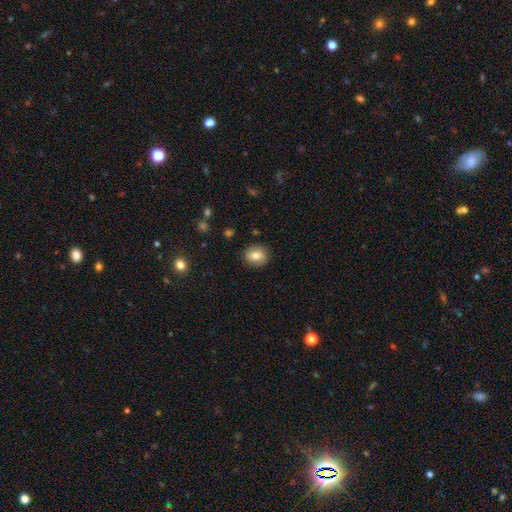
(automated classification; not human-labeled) Smooth or featured? Predicted: smooth (p=0.76). How rounded? Predicted: round (p=0.71). Merging? Predicted: none (p=0.87).